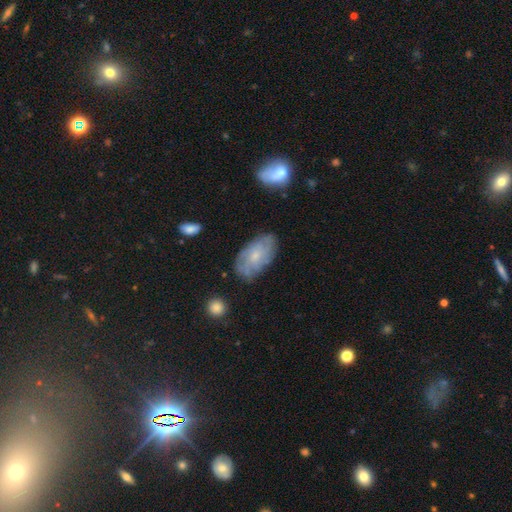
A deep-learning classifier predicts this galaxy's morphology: Smooth or featured? Predicted: featured or disk (p=0.53). Edge-on disk? Predicted: no (p=0.93). Merging? Predicted: none (p=0.71).